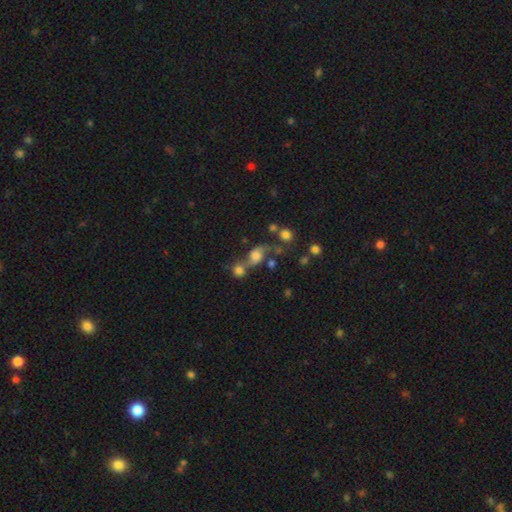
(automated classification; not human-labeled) smooth-or-featured: smooth: 47% | featured or disk: 37% | star or artifact: 16%
  merging: merger: 42% | none: 30% | minor disturbance: 14% | major disturbance: 14%